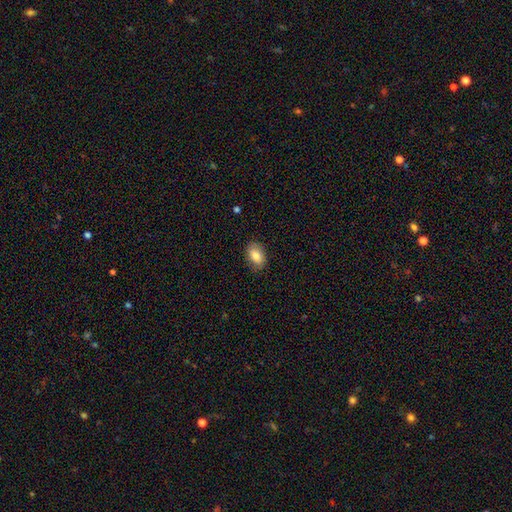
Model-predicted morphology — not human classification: This appears to be a smooth galaxy with no disk features (84%) that is in between round and cigar-shaped (89%). Merging: none (86%).